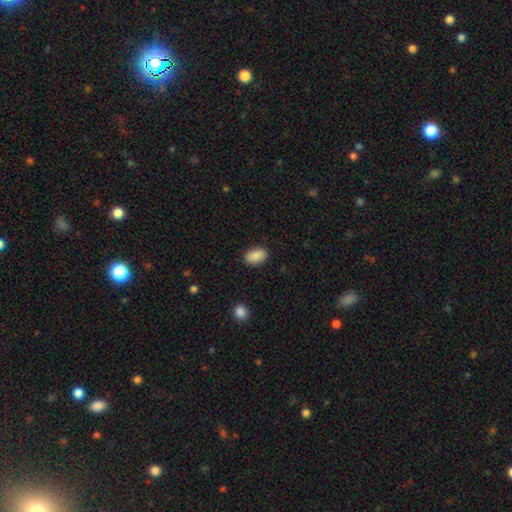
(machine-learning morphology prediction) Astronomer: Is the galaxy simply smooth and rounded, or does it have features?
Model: smooth — 89%.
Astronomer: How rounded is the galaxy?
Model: in between — 90%.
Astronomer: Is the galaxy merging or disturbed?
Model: none — 87%.